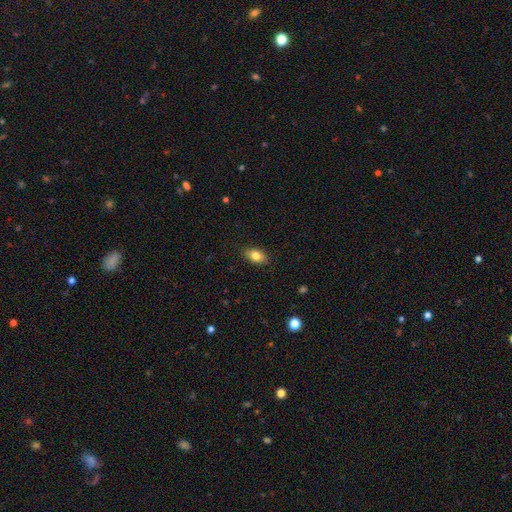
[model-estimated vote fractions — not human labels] Morphology: type=smooth (81%); roundness=in between (85%); merging=none (86%).